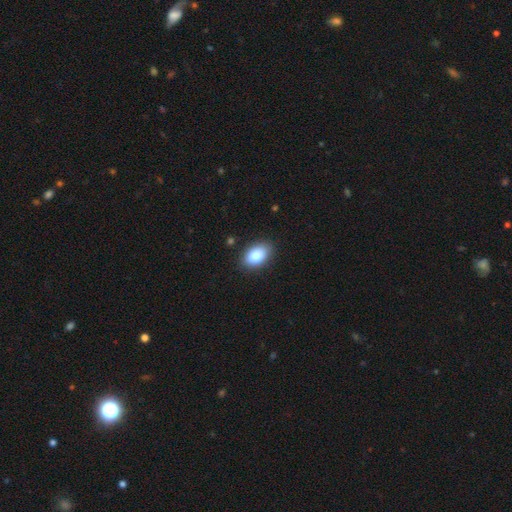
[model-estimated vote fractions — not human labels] A smooth galaxy with no disk features (85%) that is in between round and cigar-shaped (91%). Merging: none (86%).